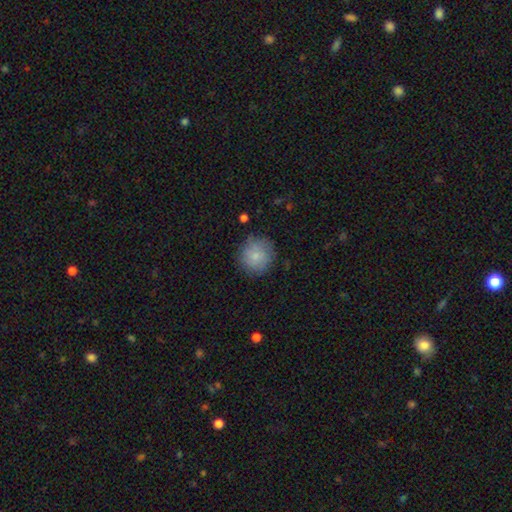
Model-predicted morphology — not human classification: smooth-or-featured: smooth: 79% | featured or disk: 13% | star or artifact: 7%
  how-rounded: round: 92% | in between: 7% | cigar-shaped: 1%
  merging: none: 80% | minor disturbance: 14% | major disturbance: 4% | merger: 1%